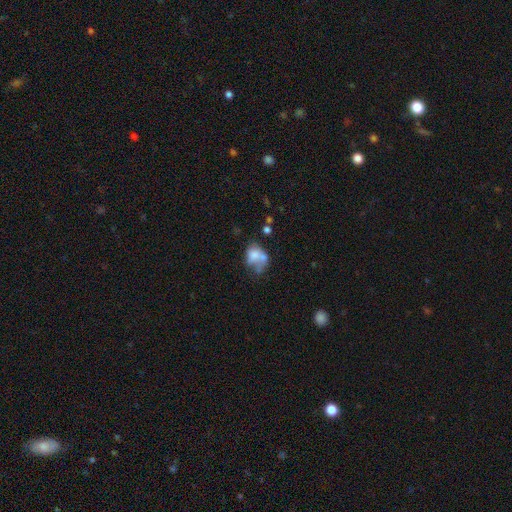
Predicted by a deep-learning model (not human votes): smooth_or_featured: smooth (p=0.58) [alt: featured or disk p=0.31]
how_rounded: in between (p=0.65) [alt: round p=0.33]
merging: merger (p=0.32) [alt: major disturbance p=0.28]